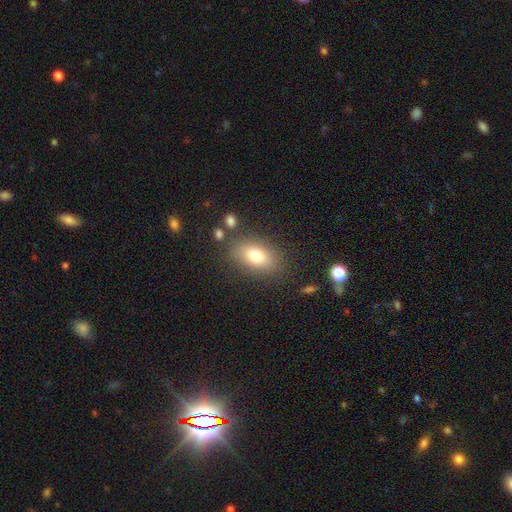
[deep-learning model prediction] smooth 77%, featured or disk 13%, star or artifact 10%. Down the decision tree: how rounded — in between (85%); merging — none (79%).